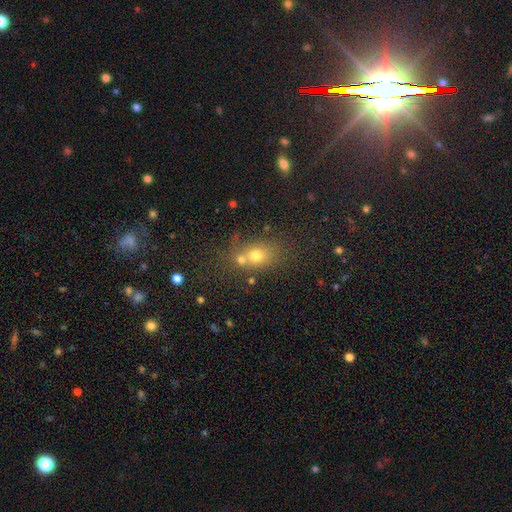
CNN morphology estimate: A smooth galaxy with no disk features (69%) that is in between round and cigar-shaped (49%, tied with round). Merging: none (52%).